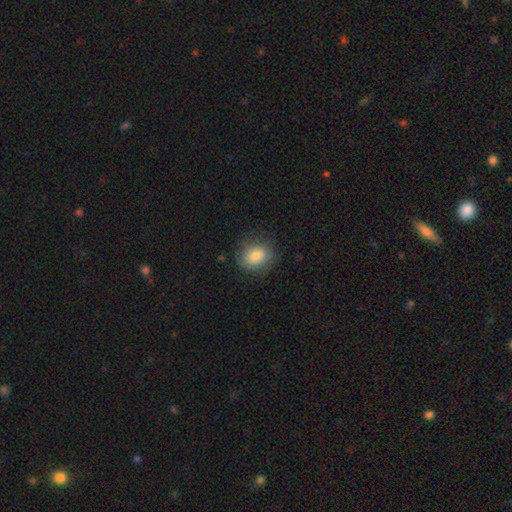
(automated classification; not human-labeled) Smooth or featured? Predicted: smooth (p=0.80). How rounded? Predicted: round (p=0.56). Merging? Predicted: none (p=0.78).